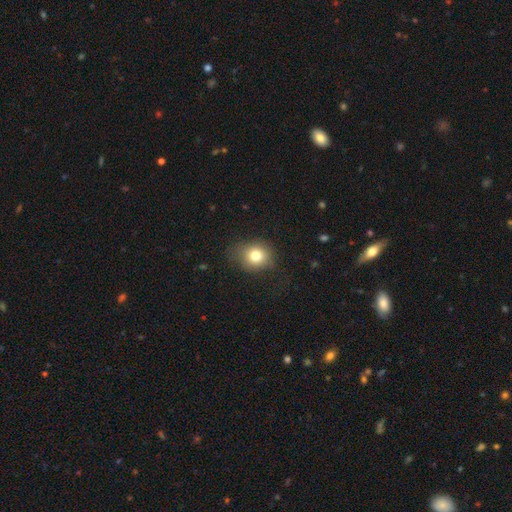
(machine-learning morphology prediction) Smooth or featured? smooth (79%)
How rounded? round (69%)
Merging? none (69%)